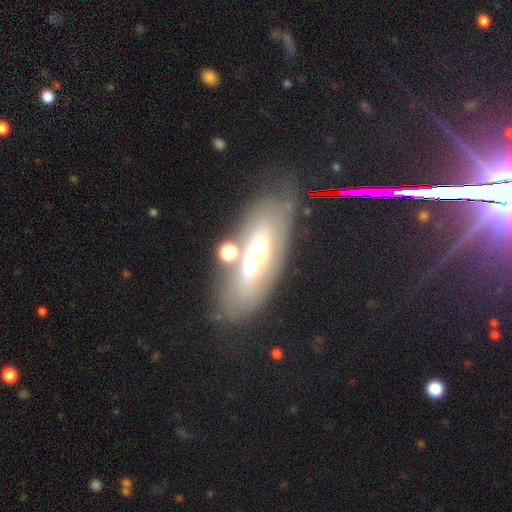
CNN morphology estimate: Smooth or featured? featured or disk (53%)
Edge-on disk? no (66%)
Merging? none (60%)